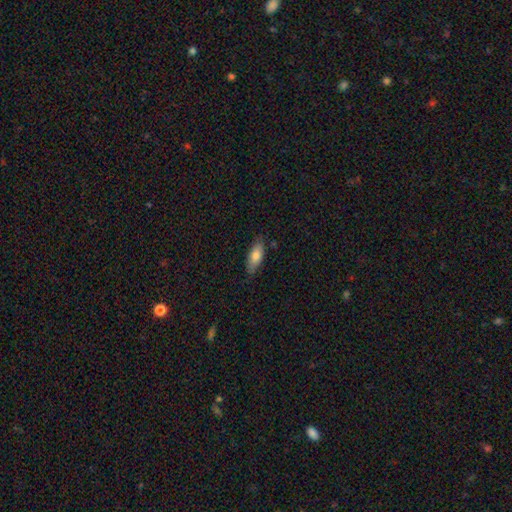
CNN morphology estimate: type=smooth (76%); roundness=in between (78%); merging=none (79%).